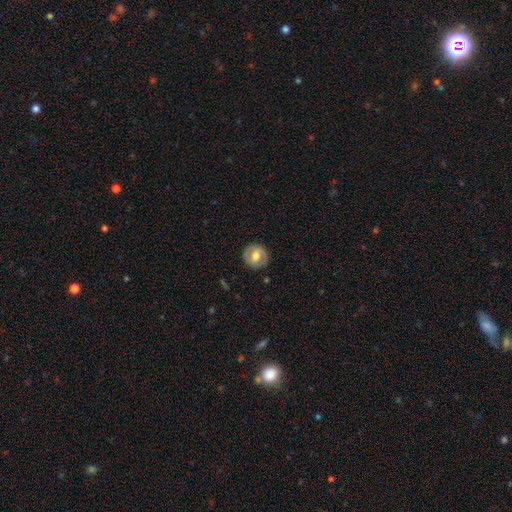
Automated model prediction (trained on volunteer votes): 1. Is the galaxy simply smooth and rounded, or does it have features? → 48% featured or disk, 45% smooth, 7% star or artifact.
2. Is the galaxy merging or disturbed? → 86% none, 10% minor disturbance, 3% major disturbance, 1% merger.